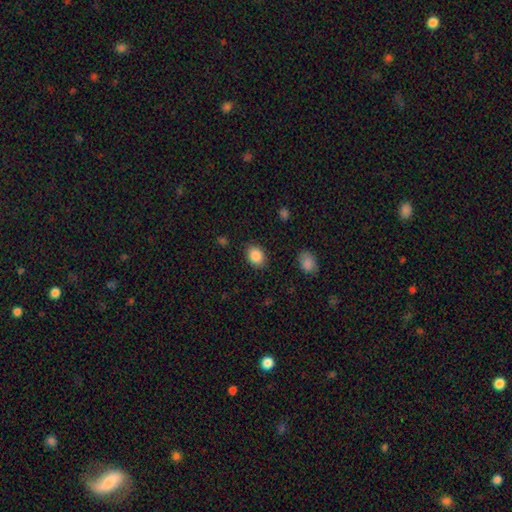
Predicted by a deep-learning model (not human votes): The model was most divided on "how rounded": in between: 59%, round: 40%, cigar-shaped: 1%. More confident: smooth or featured — smooth (88%); merging — none (86%).